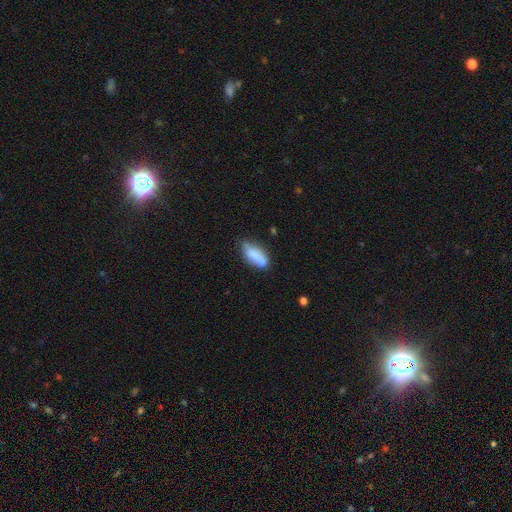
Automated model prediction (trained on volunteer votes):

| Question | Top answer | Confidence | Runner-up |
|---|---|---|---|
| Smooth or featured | smooth | 73% | featured or disk (20%) |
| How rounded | in between | 78% | cigar-shaped (19%) |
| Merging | none | 52% | minor disturbance (26%) |